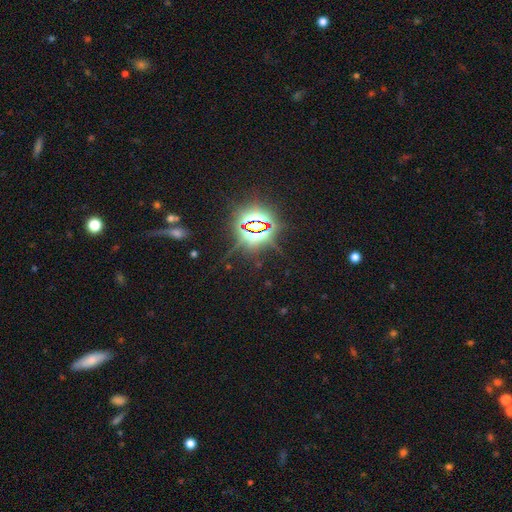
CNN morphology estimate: smooth_or_featured: star or artifact (p=0.81) [alt: smooth p=0.13]